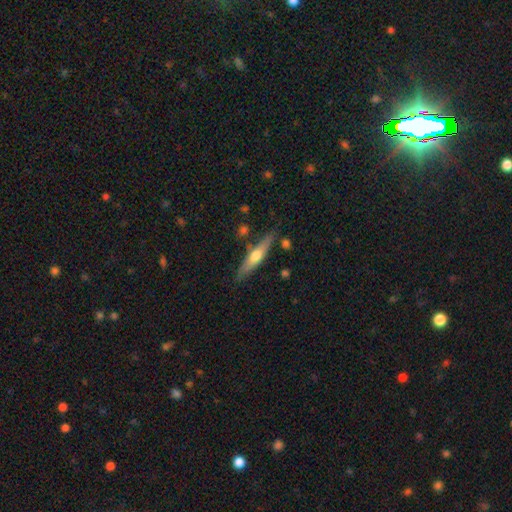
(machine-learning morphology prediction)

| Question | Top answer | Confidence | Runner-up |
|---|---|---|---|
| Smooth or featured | featured or disk | 52% | smooth (43%) |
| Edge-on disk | yes | 91% | no (9%) |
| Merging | none | 79% | minor disturbance (13%) |